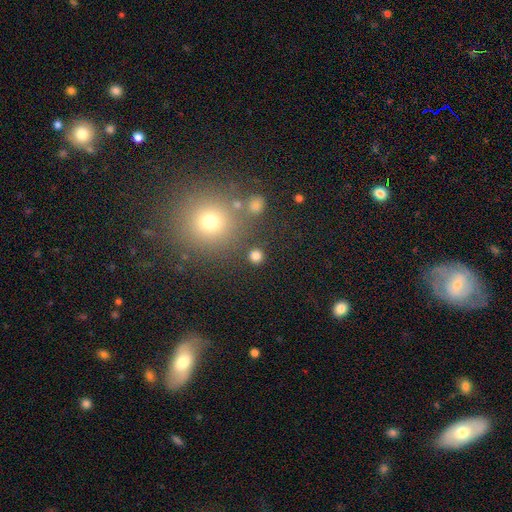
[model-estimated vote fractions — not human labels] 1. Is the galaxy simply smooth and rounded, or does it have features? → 80% smooth, 16% star or artifact, 5% featured or disk.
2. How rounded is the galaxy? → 92% round, 7% in between, 1% cigar-shaped.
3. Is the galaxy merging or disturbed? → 86% none, 6% minor disturbance, 5% merger, 3% major disturbance.